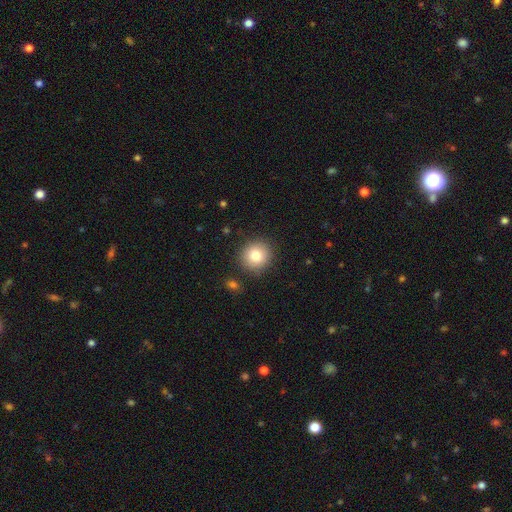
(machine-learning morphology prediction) smooth_or_featured: smooth (p=0.81) [alt: star or artifact p=0.10]
how_rounded: round (p=0.91) [alt: in between p=0.08]
merging: none (p=0.88) [alt: minor disturbance p=0.07]